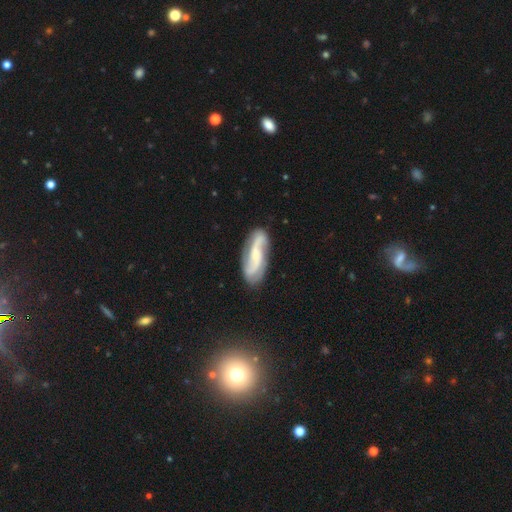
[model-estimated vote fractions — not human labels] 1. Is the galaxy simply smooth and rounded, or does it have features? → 80% featured or disk, 14% smooth, 6% star or artifact.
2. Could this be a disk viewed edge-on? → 93% no, 7% yes.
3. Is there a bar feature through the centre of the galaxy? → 42% no, 39% weak, 20% strong.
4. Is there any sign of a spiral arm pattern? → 96% yes, 4% no.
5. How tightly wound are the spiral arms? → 44% medium, 34% loose, 22% tight.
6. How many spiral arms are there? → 84% 2, 7% can't tell, 4% 3, 2% 1, 2% 4, 1% more than 4.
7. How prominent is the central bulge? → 49% small, 31% moderate, 14% none, 5% large, 1% dominant.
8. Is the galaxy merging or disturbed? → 79% none, 14% minor disturbance, 4% major disturbance, 2% merger.